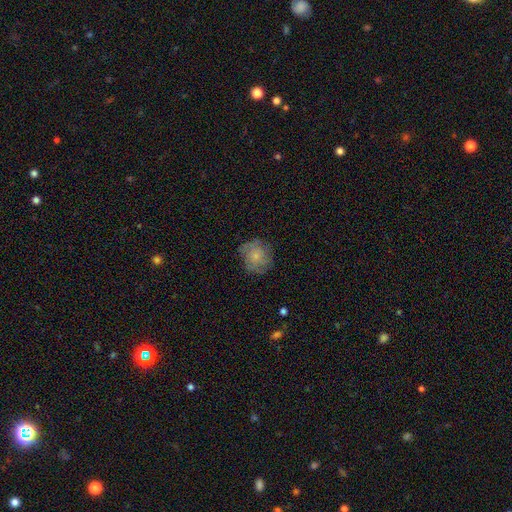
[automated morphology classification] smooth_or_featured: smooth (p=0.56) [alt: featured or disk p=0.35]
how_rounded: round (p=0.84) [alt: in between p=0.15]
merging: none (p=0.72) [alt: minor disturbance p=0.20]